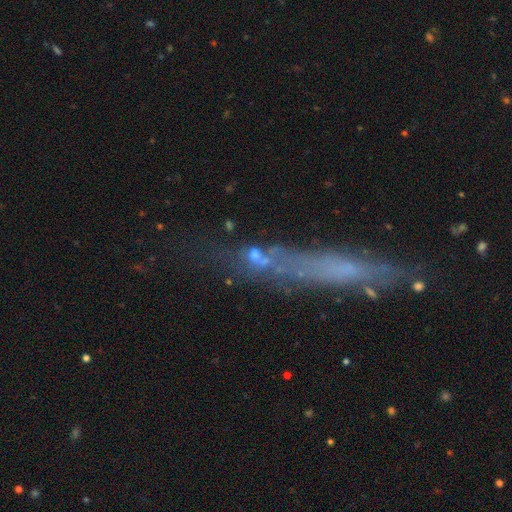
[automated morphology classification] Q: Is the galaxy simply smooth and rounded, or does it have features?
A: smooth — 39%.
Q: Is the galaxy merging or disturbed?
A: merger — 33%.